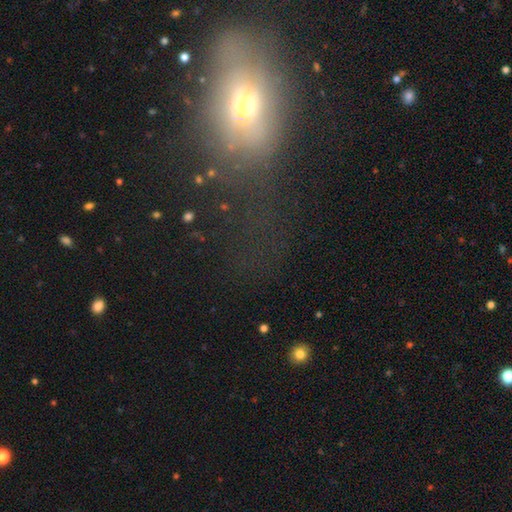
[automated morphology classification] The model was most divided on "smooth or featured": smooth: 45%, star or artifact: 35%, featured or disk: 20%. Remaining: merging — none (46%).